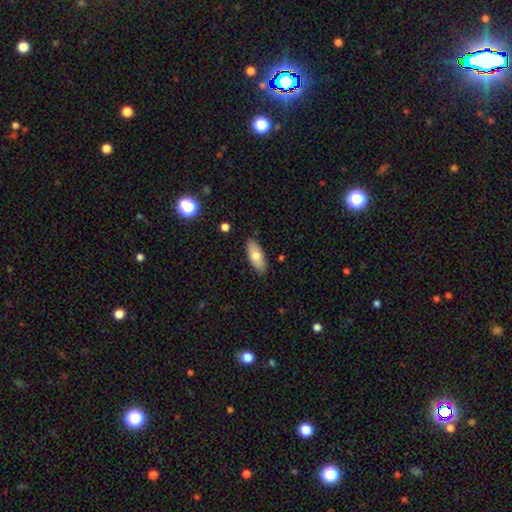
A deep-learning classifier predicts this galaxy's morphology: A smooth galaxy with no disk features (74%) that is in between round and cigar-shaped (81%). Merging: none (88%).